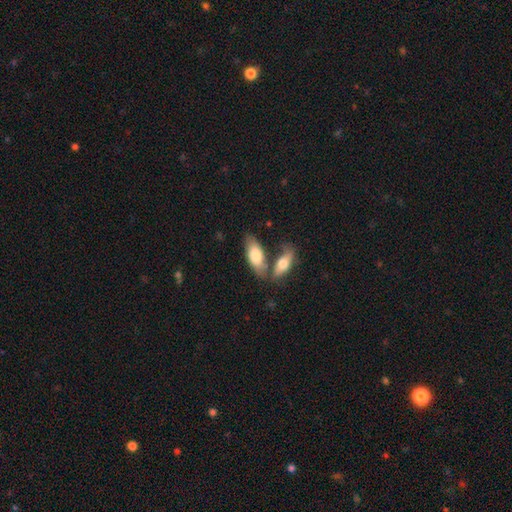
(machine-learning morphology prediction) Smooth or featured?
  - smooth: 76% *
  - featured or disk: 19%
  - star or artifact: 5%
How rounded?
  - in between: 84% *
  - cigar-shaped: 14%
  - round: 2%
Merging?
  - none: 47% *
  - merger: 36%
  - minor disturbance: 13%
  - major disturbance: 4%